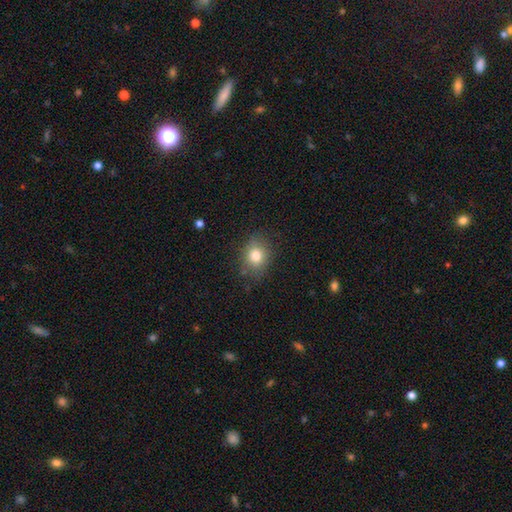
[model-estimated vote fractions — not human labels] Smooth or featured? smooth (79%)
How rounded? round (61%)
Merging? none (80%)